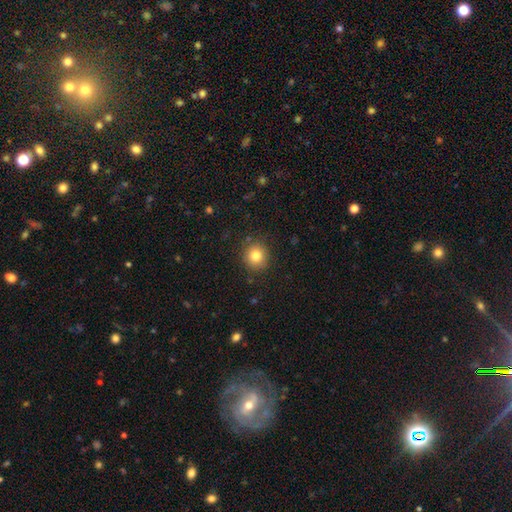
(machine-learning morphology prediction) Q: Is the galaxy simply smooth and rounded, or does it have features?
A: smooth — 81%.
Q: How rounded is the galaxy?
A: round — 90%.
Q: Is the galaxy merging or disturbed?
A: none — 88%.